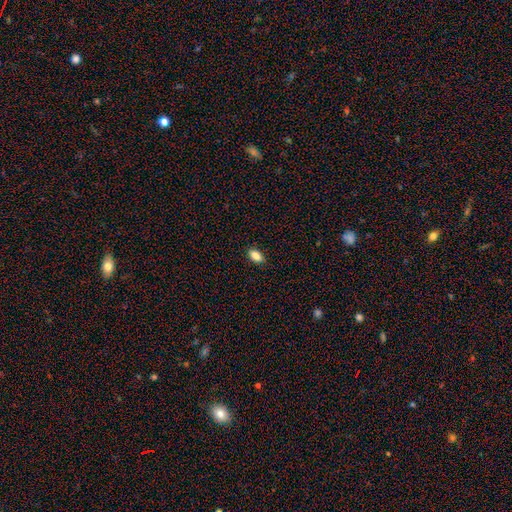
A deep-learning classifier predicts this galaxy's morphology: This is clearly a smooth galaxy (86%). How rounded: clearly in between (89%). Merging: clearly none (88%).